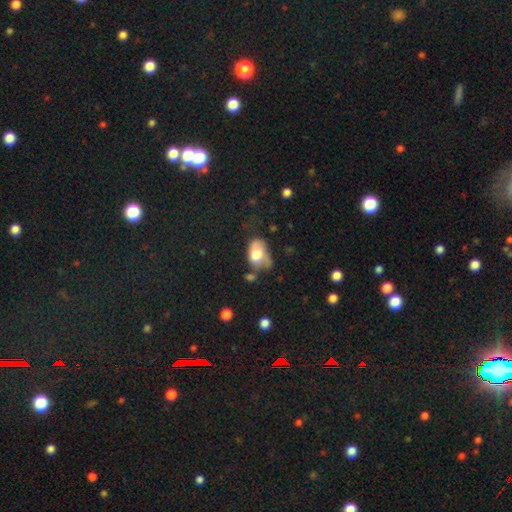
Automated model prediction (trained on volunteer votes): smooth-or-featured: smooth: 71% | featured or disk: 21% | star or artifact: 8%
  how-rounded: in between: 85% | round: 14% | cigar-shaped: 1%
  merging: minor disturbance: 35% | none: 29% | major disturbance: 24% | merger: 11%